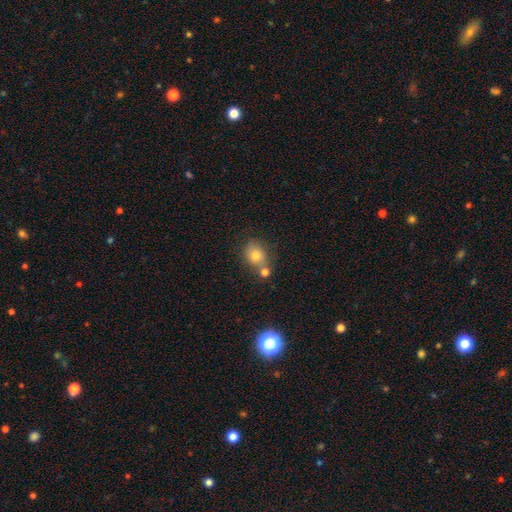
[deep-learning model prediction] smooth 74%, star or artifact 14%, featured or disk 11%. Down the decision tree: how rounded — round (66%); merging — none (60%).